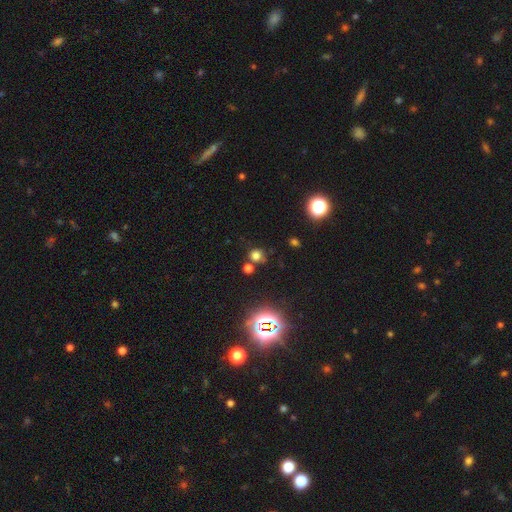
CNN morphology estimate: smooth-or-featured: smooth: 65% | star or artifact: 28% | featured or disk: 7%
  how-rounded: round: 85% | in between: 14% | cigar-shaped: 1%
  merging: none: 70% | merger: 16% | minor disturbance: 10% | major disturbance: 4%